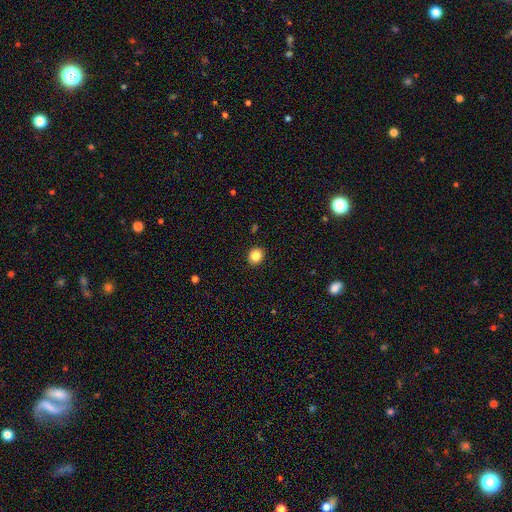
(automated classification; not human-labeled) A smooth galaxy with no disk features (84%) that is round (77%).

Vote fractions:
- Smooth or featured? smooth: 84% / star or artifact: 10% / featured or disk: 5%
- How rounded? round: 77% / in between: 22% / cigar-shaped: 1%
- Merging? none: 92% / minor disturbance: 5% / major disturbance: 2% / merger: 1%